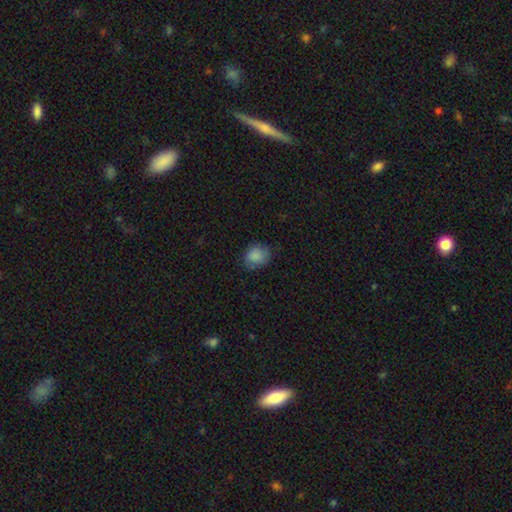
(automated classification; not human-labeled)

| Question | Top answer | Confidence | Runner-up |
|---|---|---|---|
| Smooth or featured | smooth | 85% | star or artifact (8%) |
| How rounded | round | 56% | in between (43%) |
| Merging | none | 75% | minor disturbance (19%) |